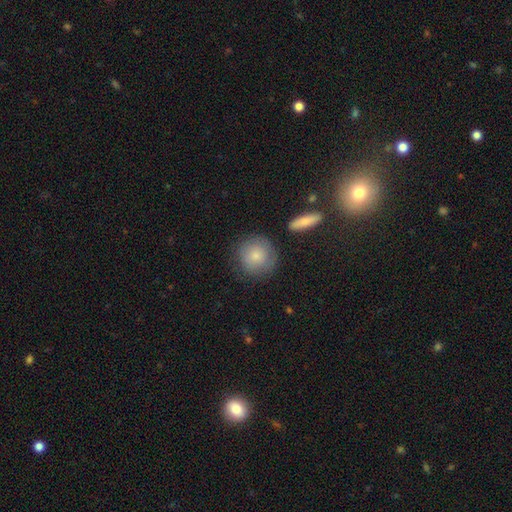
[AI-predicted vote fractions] Smooth or featured? smooth (81%)
How rounded? round (92%)
Merging? none (78%)